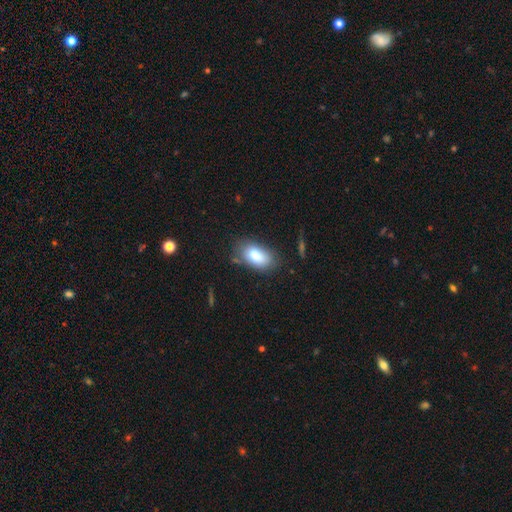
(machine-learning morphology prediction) Smooth or featured: smooth — 83% (featured or disk — 10%)
How rounded: in between — 92% (round — 4%)
Merging: none — 69% (minor disturbance — 21%)